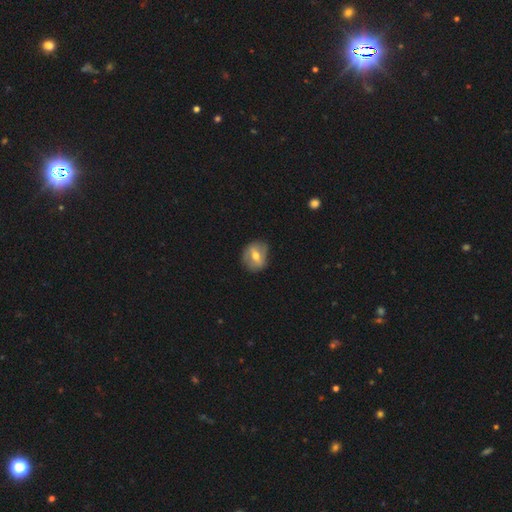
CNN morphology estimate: A featured or disk galaxy (50%).

Vote fractions:
- Smooth or featured? featured or disk: 50% / smooth: 43% / star or artifact: 7%
- Merging? none: 78% / minor disturbance: 16% / major disturbance: 5% / merger: 1%